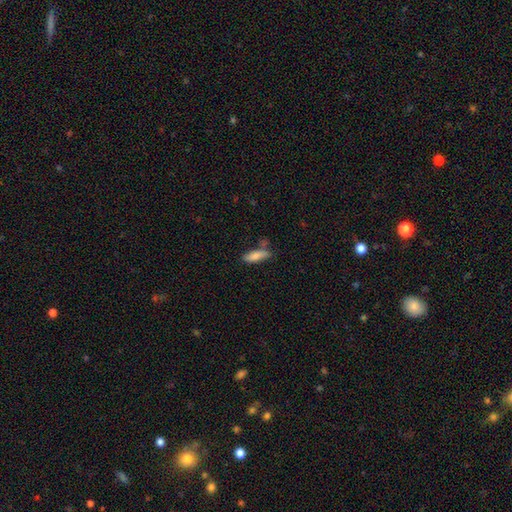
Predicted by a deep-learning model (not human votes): A smooth galaxy with no disk features (80%) that is in between round and cigar-shaped (49%).

Vote fractions:
- Smooth or featured? smooth: 80% / featured or disk: 13% / star or artifact: 7%
- How rounded? in between: 49% / cigar-shaped: 48% / round: 2%
- Merging? none: 61% / minor disturbance: 22% / merger: 12% / major disturbance: 5%